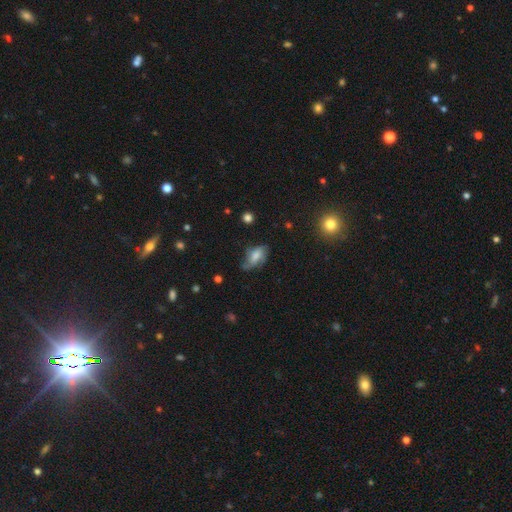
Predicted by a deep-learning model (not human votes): A smooth galaxy with no disk features (45%).

Vote fractions:
- Smooth or featured? smooth: 45% / featured or disk: 44% / star or artifact: 11%
- Merging? none: 49% / minor disturbance: 30% / major disturbance: 18% / merger: 2%